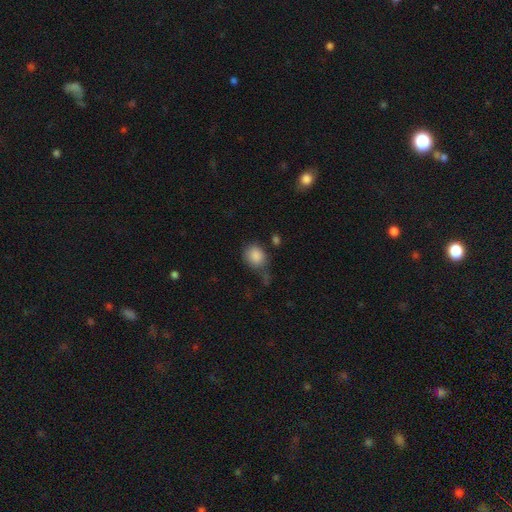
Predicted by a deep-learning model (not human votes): Smooth or featured?
  - smooth: 87% *
  - star or artifact: 8%
  - featured or disk: 5%
How rounded?
  - round: 57% *
  - in between: 42%
  - cigar-shaped: 1%
Merging?
  - none: 54% *
  - minor disturbance: 27%
  - major disturbance: 11%
  - merger: 8%